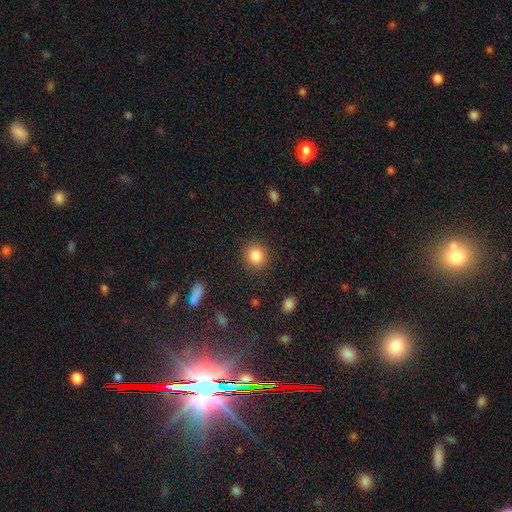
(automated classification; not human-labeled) Overall: smooth (85%). How rounded: round (85%). Merging: none (89%).